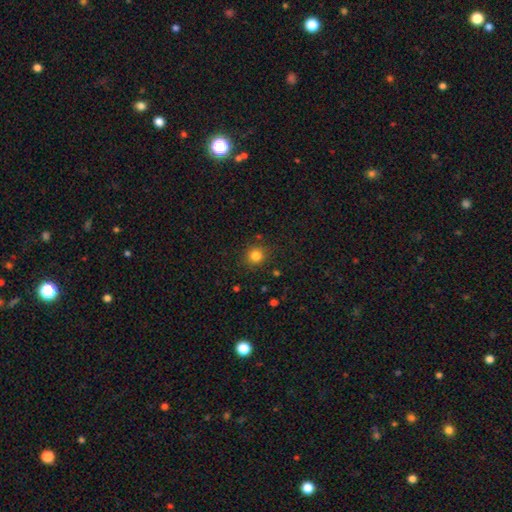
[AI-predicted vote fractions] Smooth or featured?
  - smooth: 82% *
  - star or artifact: 13%
  - featured or disk: 5%
How rounded?
  - round: 89% *
  - in between: 10%
  - cigar-shaped: 1%
Merging?
  - none: 86% *
  - minor disturbance: 9%
  - major disturbance: 3%
  - merger: 2%